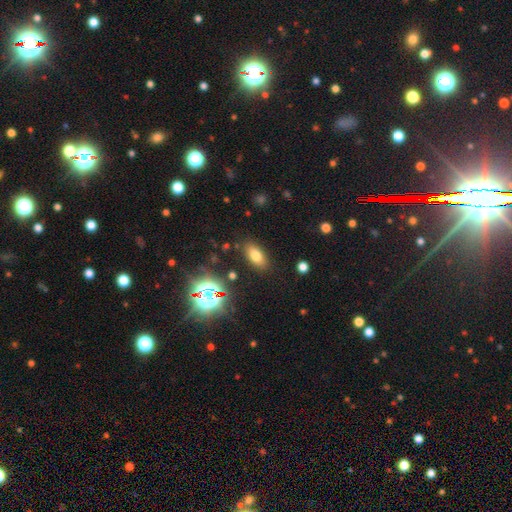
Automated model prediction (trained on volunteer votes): This is likely a smooth galaxy (72%). How rounded: clearly in between (85%). Merging: clearly none (86%).